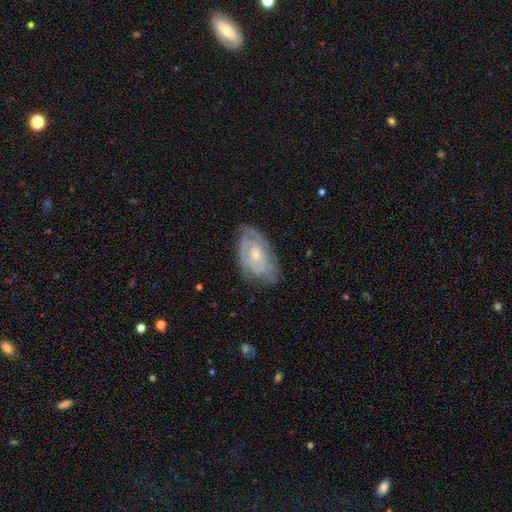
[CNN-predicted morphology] Overall: featured or disk (73%). Edge-on disk: no (94%). Bar: no (75%). Spiral arms: yes (81%). Spiral arm count: can't tell (46%; 2 30%). Spiral winding: tight (60%; medium 30%). Bulge size: small (53%; moderate 44%). Merging: none (63%; minor disturbance 26%).